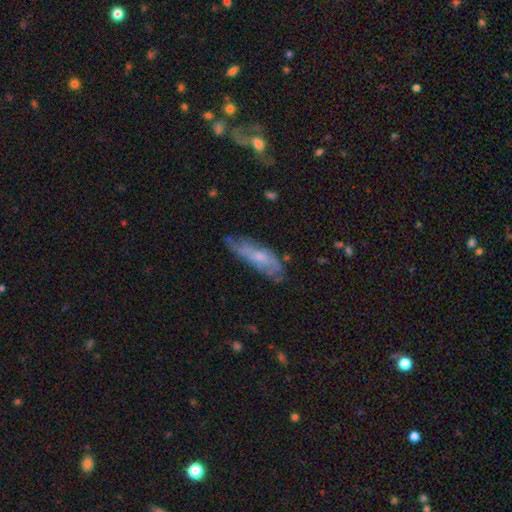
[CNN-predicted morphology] Smooth or featured: featured or disk — 47% (smooth — 45%)
Merging: none — 60% (minor disturbance — 27%)